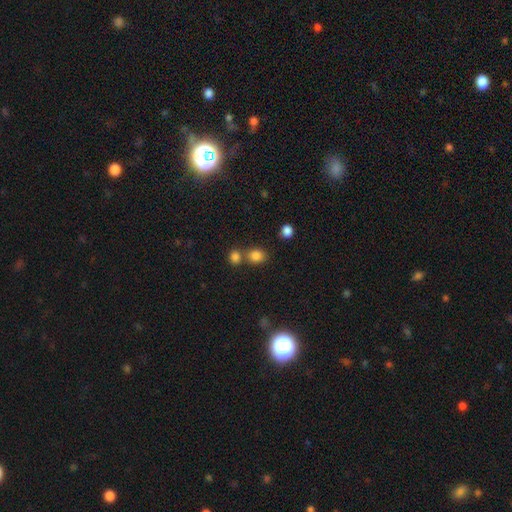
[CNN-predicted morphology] This is clearly a smooth galaxy (82%). How rounded: likely round (63%). Merging: possibly none (57%).